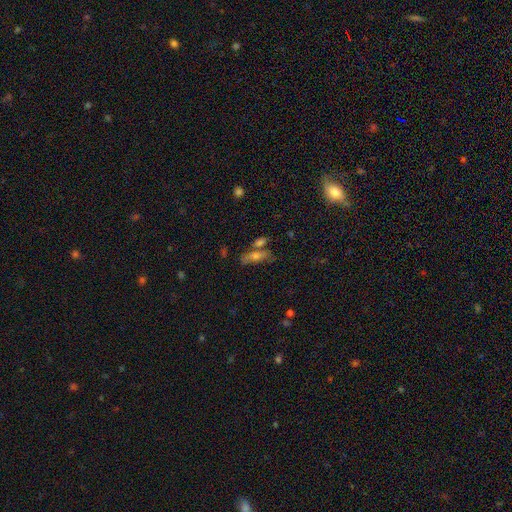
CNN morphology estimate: smooth 54%, featured or disk 32%, star or artifact 14%. Down the decision tree: how rounded — in between (50%); merging — none (53%).